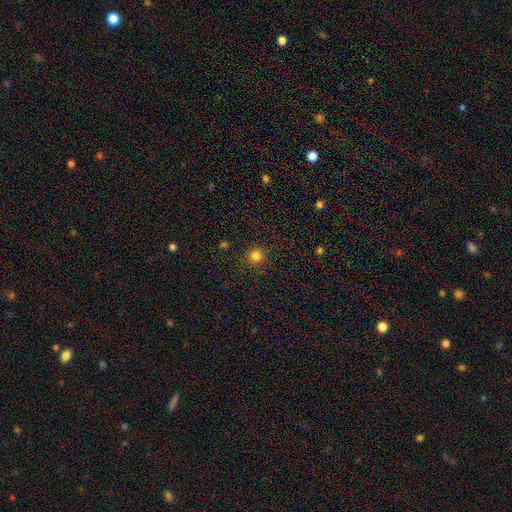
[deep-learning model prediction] Morphology: type=smooth (80%); roundness=round (90%); merging=none (87%).